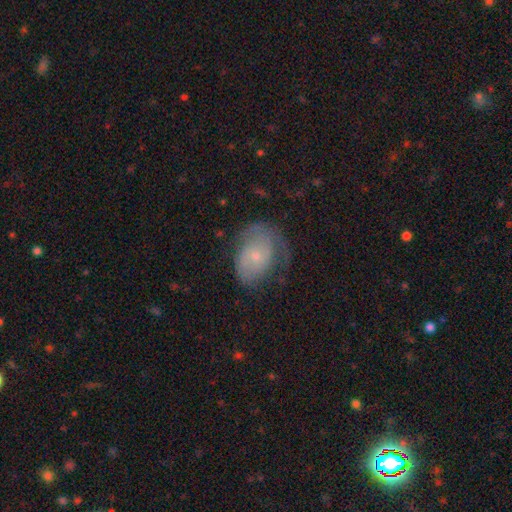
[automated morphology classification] type=featured or disk (52%); edge-on=no (96%); merging=none (43%).